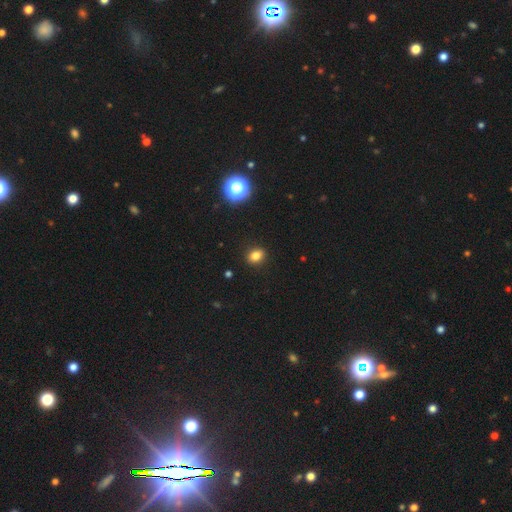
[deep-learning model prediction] Smooth or featured: smooth — 81% (star or artifact — 14%)
How rounded: in between — 55% (round — 43%)
Merging: none — 91% (minor disturbance — 6%)